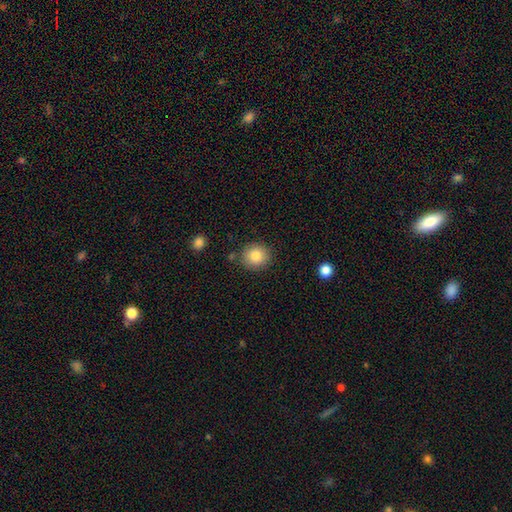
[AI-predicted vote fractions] Smooth or featured: smooth — 85% (star or artifact — 8%)
How rounded: round — 84% (in between — 15%)
Merging: none — 84% (minor disturbance — 10%)